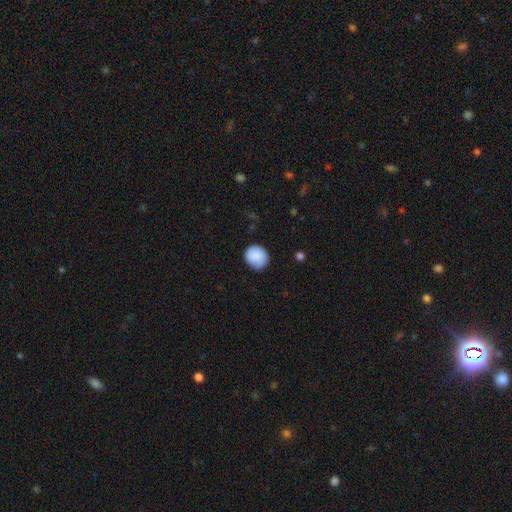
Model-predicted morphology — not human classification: smooth-or-featured: smooth: 85% | featured or disk: 8% | star or artifact: 7%
  how-rounded: round: 82% | in between: 17% | cigar-shaped: 1%
  merging: none: 77% | minor disturbance: 18% | major disturbance: 4% | merger: 1%